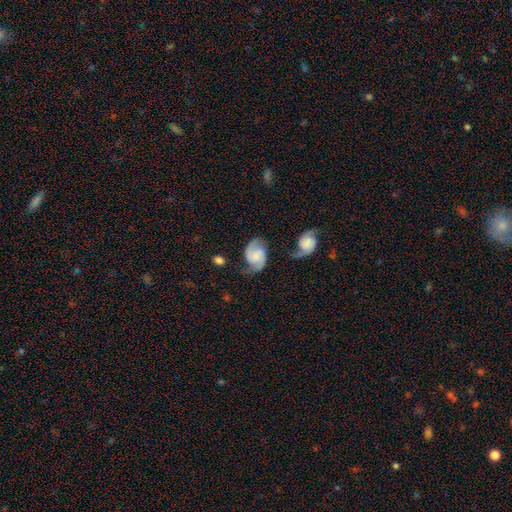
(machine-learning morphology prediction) This is likely a featured or disk galaxy (79%). It is clearly not viewed edge-on (98%). Bar: possibly no (54%). Spiral arm pattern: clearly yes (96%). Spiral arm count: clearly 2 (92%). Spiral winding: possibly medium (51%). Central bulge: marginally none (36%). Merging: likely none (61%).